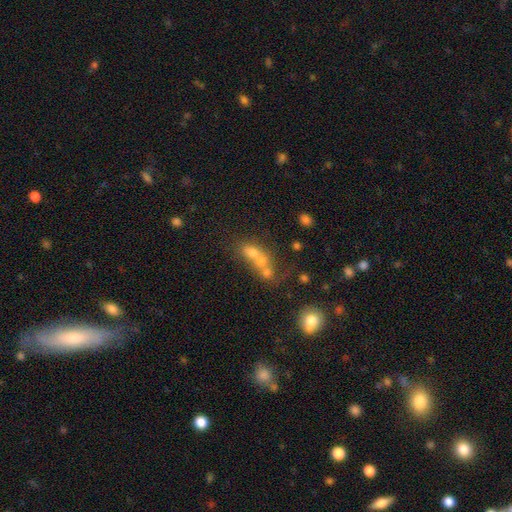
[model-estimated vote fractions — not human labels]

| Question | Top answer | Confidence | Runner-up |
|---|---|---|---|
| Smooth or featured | smooth | 56% | featured or disk (27%) |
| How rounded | in between | 53% | round (38%) |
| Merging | merger | 65% | none (21%) |